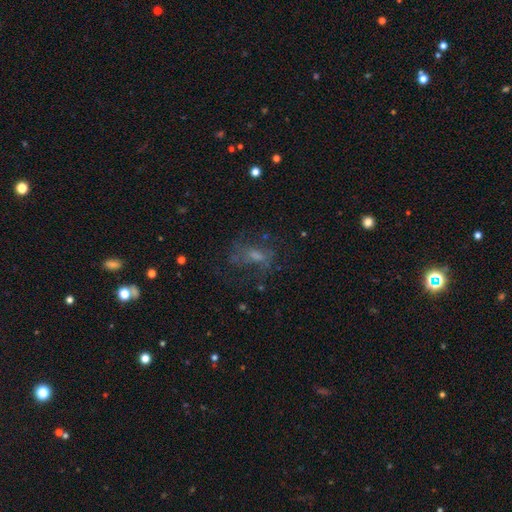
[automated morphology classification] featured or disk 44%, smooth 37%, star or artifact 19%. Down the decision tree: merging — none (48%).